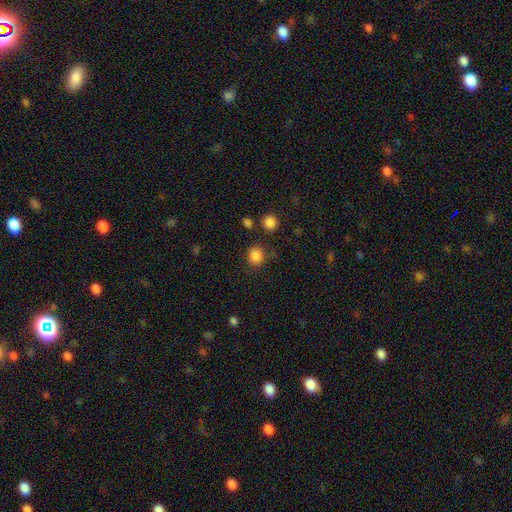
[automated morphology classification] Q: Smooth or featured?
A: smooth (85%); runner-up: star or artifact (11%)
Q: How rounded?
A: round (72%); runner-up: in between (27%)
Q: Merging?
A: none (82%); runner-up: minor disturbance (10%)